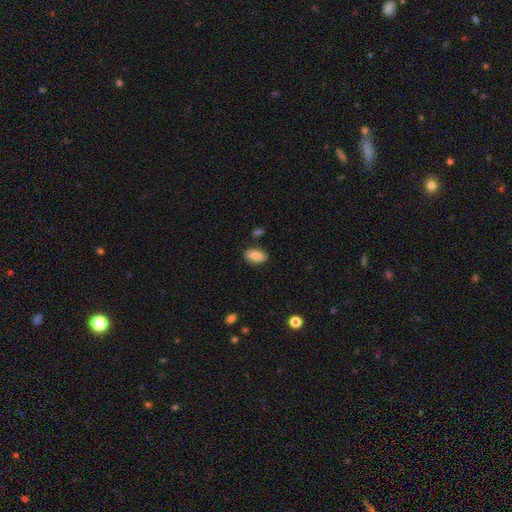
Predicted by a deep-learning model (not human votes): smooth-or-featured: smooth: 84% | featured or disk: 8% | star or artifact: 7%
  how-rounded: in between: 92% | round: 7% | cigar-shaped: 1%
  merging: none: 83% | minor disturbance: 12% | merger: 3% | major disturbance: 2%